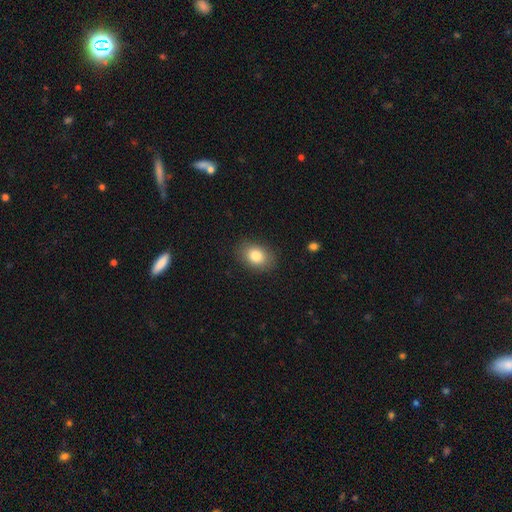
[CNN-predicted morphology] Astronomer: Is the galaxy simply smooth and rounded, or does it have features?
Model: smooth — 83%.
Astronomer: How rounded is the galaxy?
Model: in between — 69%.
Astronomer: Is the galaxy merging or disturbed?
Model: none — 86%.